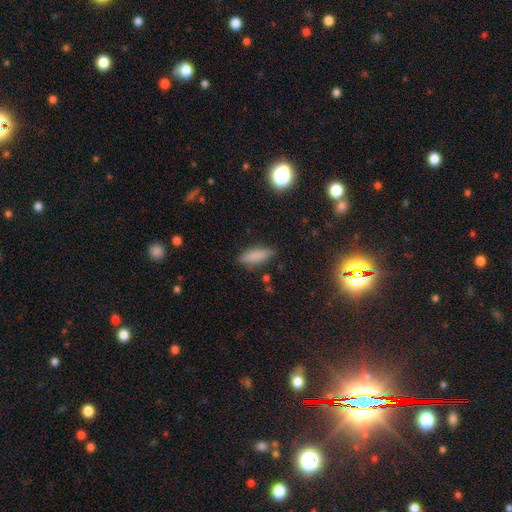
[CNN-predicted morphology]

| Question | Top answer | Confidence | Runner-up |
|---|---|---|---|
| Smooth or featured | smooth | 81% | featured or disk (10%) |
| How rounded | in between | 53% | cigar-shaped (45%) |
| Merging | none | 80% | minor disturbance (15%) |